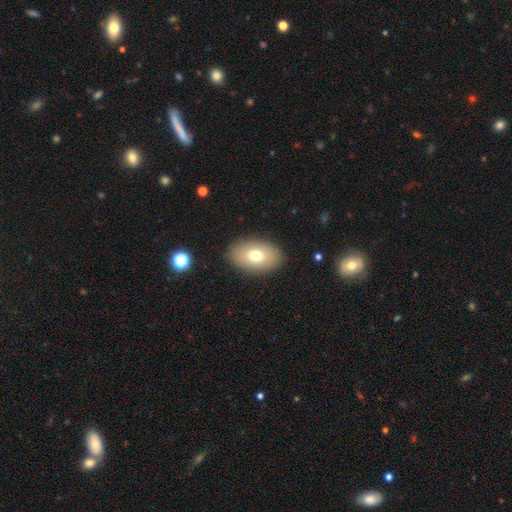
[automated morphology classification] Overall: smooth (71%). How rounded: in between (90%). Merging: none (88%).